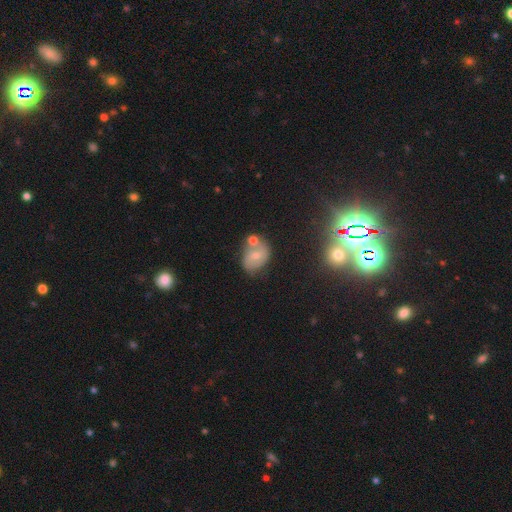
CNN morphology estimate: smooth-or-featured: featured or disk: 45% | smooth: 44% | star or artifact: 11%
  merging: none: 45% | merger: 30% | minor disturbance: 19% | major disturbance: 7%